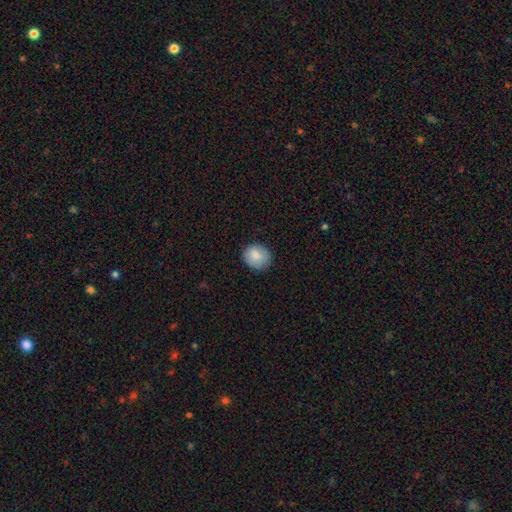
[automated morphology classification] The model was most divided on "how rounded": round: 70%, in between: 29%, cigar-shaped: 1%. More confident: smooth or featured — smooth (86%); merging — none (82%).